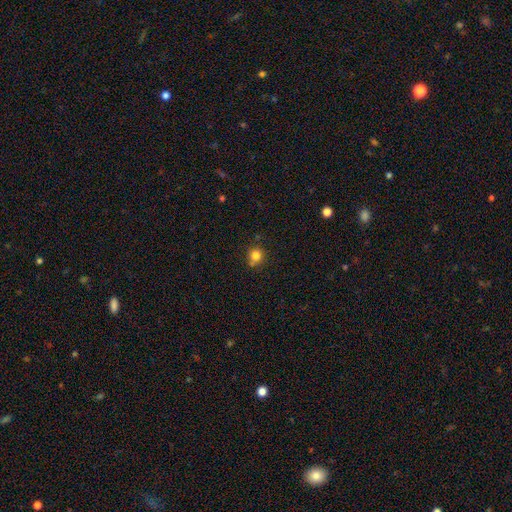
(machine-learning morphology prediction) This is clearly a smooth galaxy (81%). How rounded: clearly round (89%). Merging: likely none (72%).